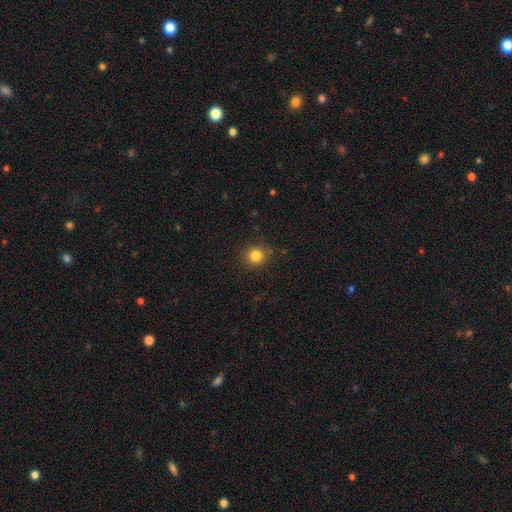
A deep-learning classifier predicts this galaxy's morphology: The model was most divided on "smooth or featured": smooth: 84%, star or artifact: 12%, featured or disk: 5%. More confident: how rounded — round (89%); merging — none (86%).